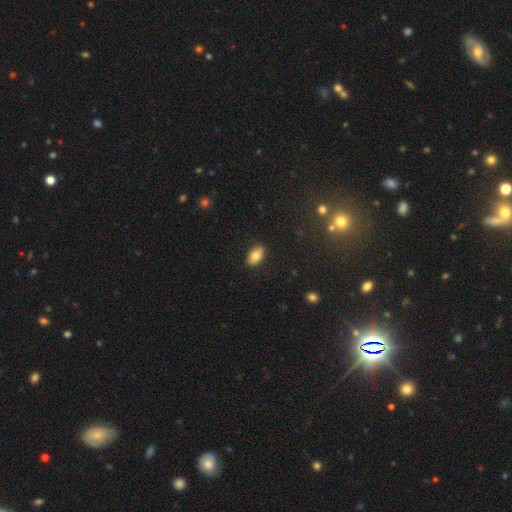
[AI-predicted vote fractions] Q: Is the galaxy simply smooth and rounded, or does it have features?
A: smooth — 78%.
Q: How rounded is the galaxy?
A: in between — 92%.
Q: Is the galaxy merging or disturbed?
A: none — 87%.